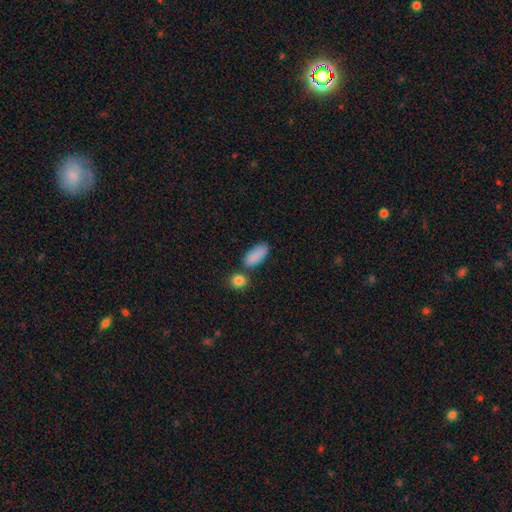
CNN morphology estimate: smooth 87%, star or artifact 7%, featured or disk 5%. Down the decision tree: how rounded — in between (82%); merging — none (63%).